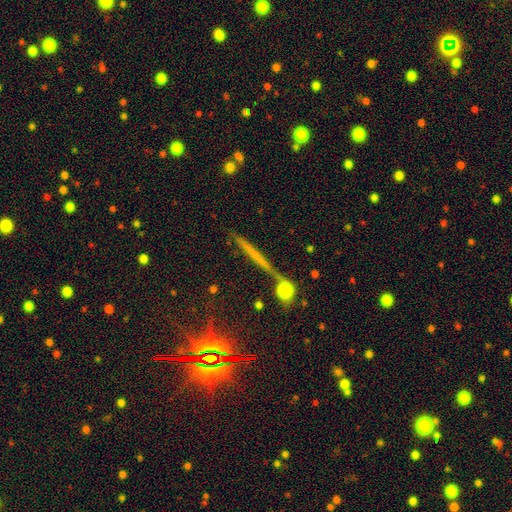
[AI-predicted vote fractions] A featured or disk galaxy (42%). Merging: none (79%).